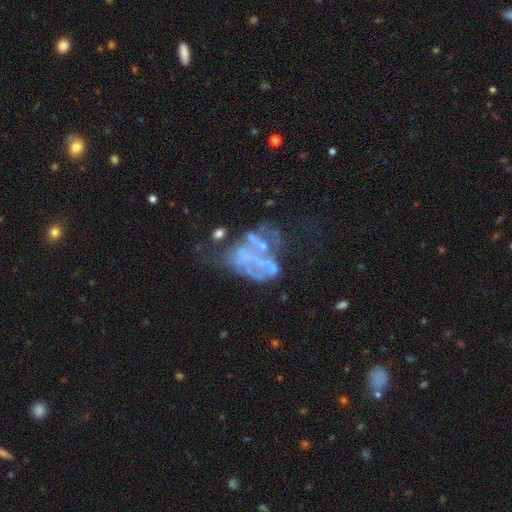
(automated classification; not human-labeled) Q: Smooth or featured?
A: featured or disk (59%); runner-up: star or artifact (26%)
Q: Edge-on disk?
A: no (94%); runner-up: yes (6%)
Q: Bar?
A: no (75%); runner-up: weak (14%)
Q: Spiral arms?
A: no (78%); runner-up: yes (22%)
Q: Bulge size?
A: none (67%); runner-up: small (21%)
Q: Merging?
A: major disturbance (38%); runner-up: none (26%)